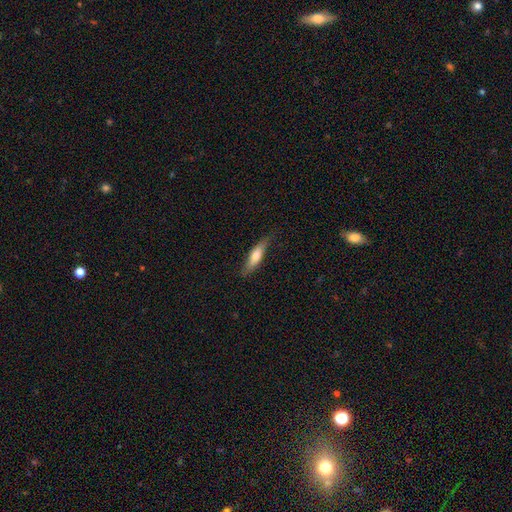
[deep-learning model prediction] Smooth or featured? smooth (63%)
How rounded? cigar-shaped (67%)
Merging? none (74%)